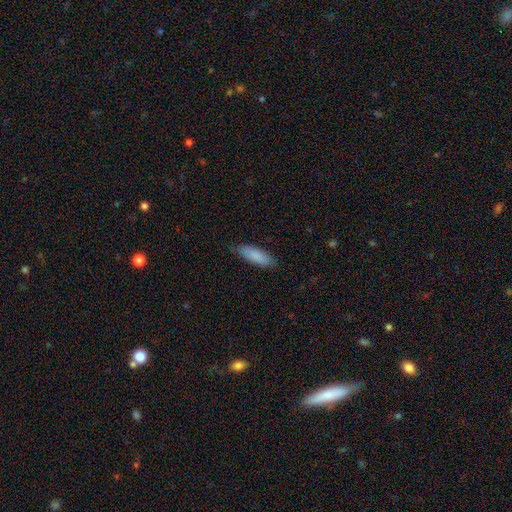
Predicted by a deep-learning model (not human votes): A smooth galaxy with no disk features (86%) that is in between round and cigar-shaped (56%). Merging: none (80%).